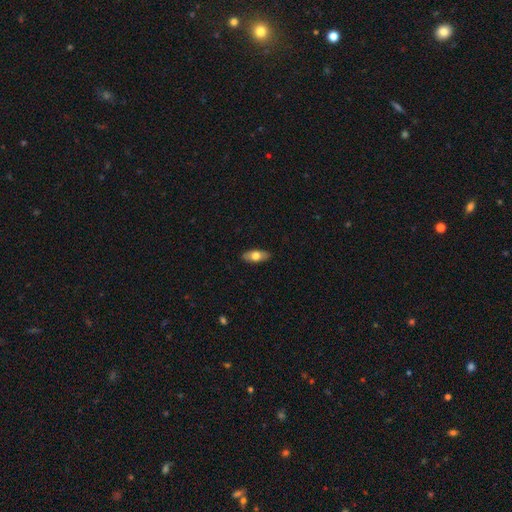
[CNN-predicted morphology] Smooth or featured: smooth — 66% (featured or disk — 28%)
How rounded: in between — 82% (cigar-shaped — 15%)
Merging: none — 88% (minor disturbance — 10%)